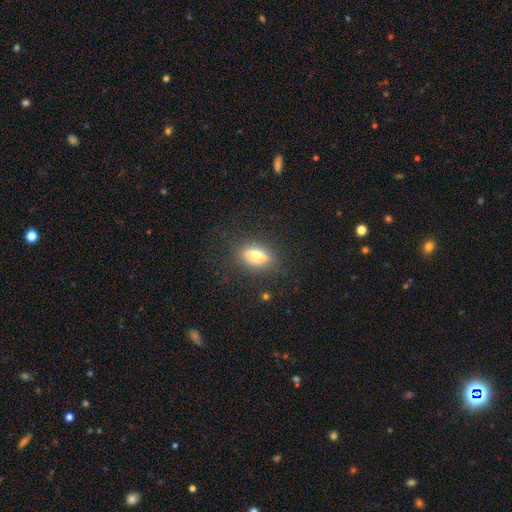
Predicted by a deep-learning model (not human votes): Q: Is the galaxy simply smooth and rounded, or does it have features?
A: smooth — 58%.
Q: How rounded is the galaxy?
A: in between — 70%.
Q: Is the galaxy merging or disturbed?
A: none — 82%.